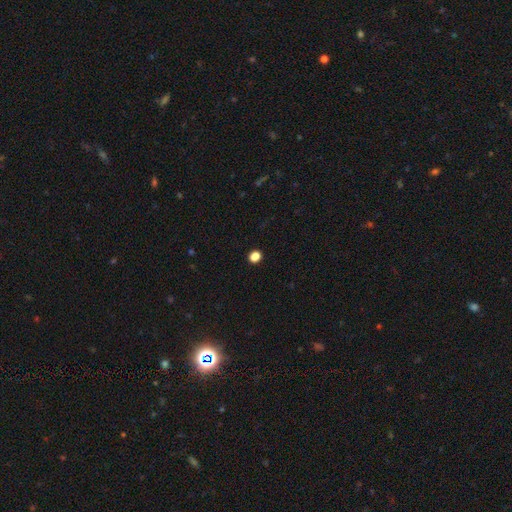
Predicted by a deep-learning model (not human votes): smooth 80%, star or artifact 17%, featured or disk 3%. Down the decision tree: how rounded — round (69%); merging — none (91%).